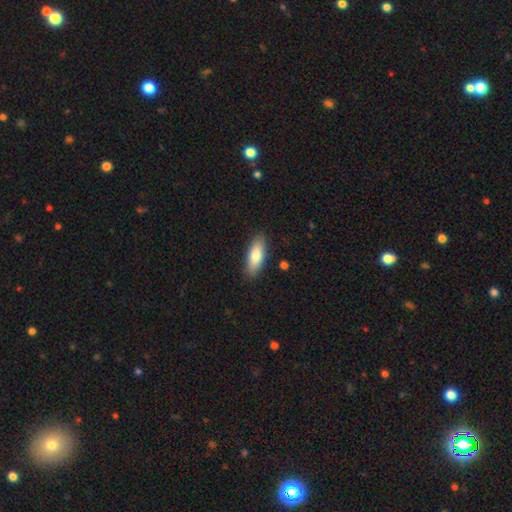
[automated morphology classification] smooth-or-featured: smooth: 82% | featured or disk: 13% | star or artifact: 6%
  how-rounded: in between: 72% | cigar-shaped: 26% | round: 2%
  merging: none: 86% | minor disturbance: 10% | major disturbance: 2% | merger: 1%